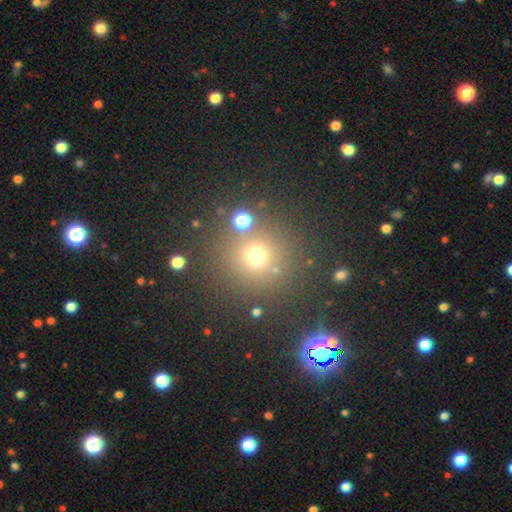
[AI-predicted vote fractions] This appears to be a smooth galaxy with no disk features (66%) that is round (92%). Merging: none (81%).